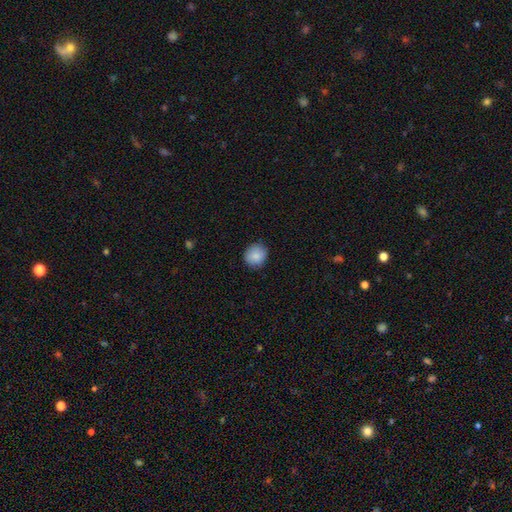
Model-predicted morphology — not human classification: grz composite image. It shows a smooth galaxy with no disk features (87%) that is round (88%). Merging: none (87%).